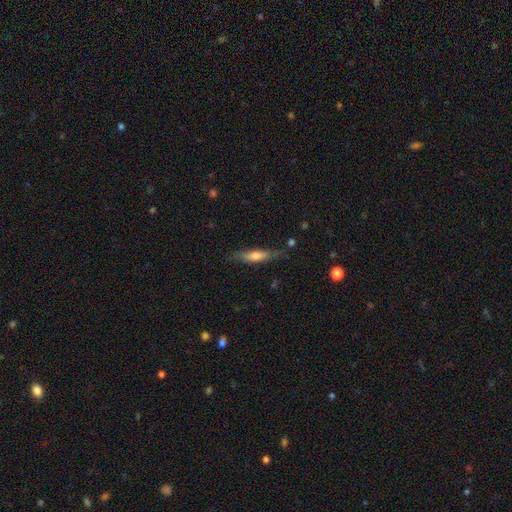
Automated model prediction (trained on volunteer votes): The model was most divided on "smooth or featured": smooth: 54%, featured or disk: 39%, star or artifact: 6%. More confident: how rounded — cigar-shaped (76%); merging — none (75%).